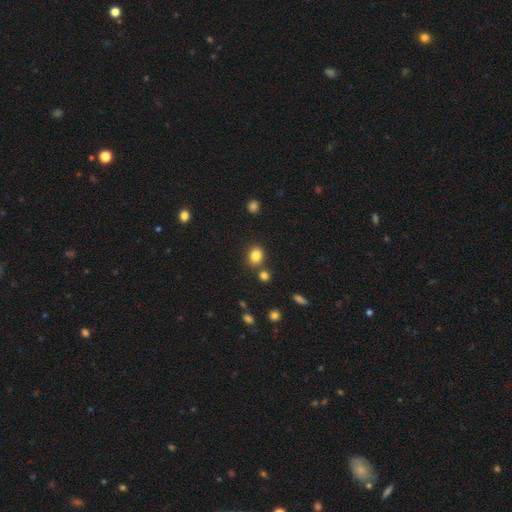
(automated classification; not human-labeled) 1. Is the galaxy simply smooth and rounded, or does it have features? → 83% smooth, 11% star or artifact, 6% featured or disk.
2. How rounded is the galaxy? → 65% round, 34% in between, 1% cigar-shaped.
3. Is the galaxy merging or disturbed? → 76% none, 12% merger, 10% minor disturbance, 3% major disturbance.